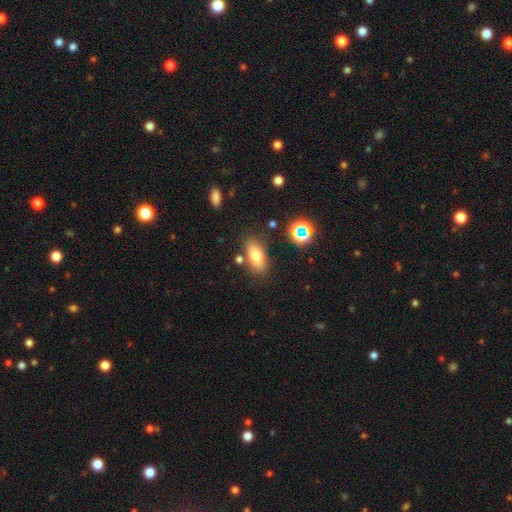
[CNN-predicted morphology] smooth-or-featured: smooth: 75% | featured or disk: 14% | star or artifact: 11%
  how-rounded: in between: 81% | cigar-shaped: 13% | round: 5%
  merging: none: 79% | minor disturbance: 12% | merger: 5% | major disturbance: 4%